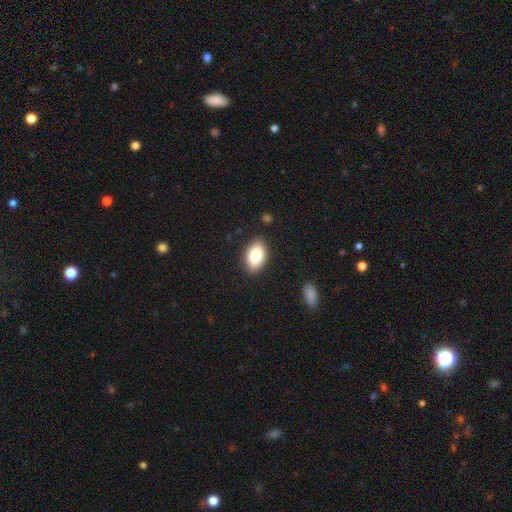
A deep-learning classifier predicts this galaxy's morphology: smooth 84%, featured or disk 9%, star or artifact 7%. Down the decision tree: how rounded — in between (91%); merging — none (88%).